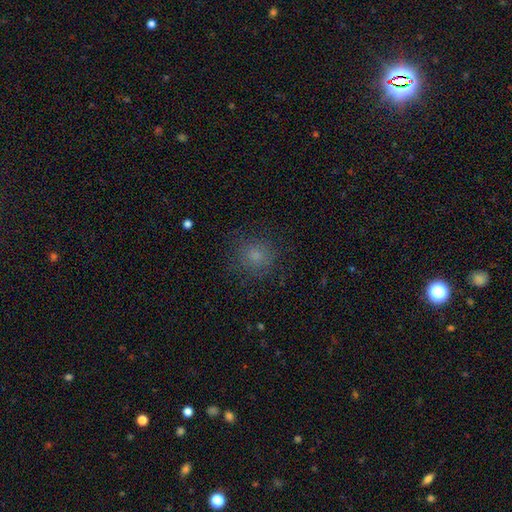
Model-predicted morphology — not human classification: A smooth galaxy with no disk features (75%) that is round (88%).

Vote fractions:
- Smooth or featured? smooth: 75% / star or artifact: 17% / featured or disk: 8%
- How rounded? round: 88% / in between: 11% / cigar-shaped: 1%
- Merging? none: 82% / minor disturbance: 12% / major disturbance: 5% / merger: 1%